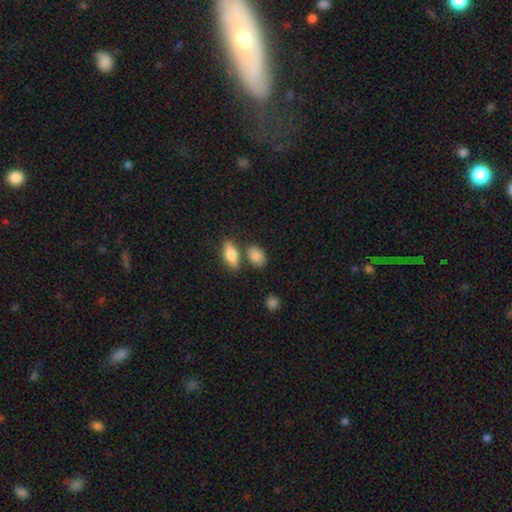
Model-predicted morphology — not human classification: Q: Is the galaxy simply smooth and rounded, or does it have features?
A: smooth — 85%.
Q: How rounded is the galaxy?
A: in between — 80%.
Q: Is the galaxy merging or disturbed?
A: none — 65%.